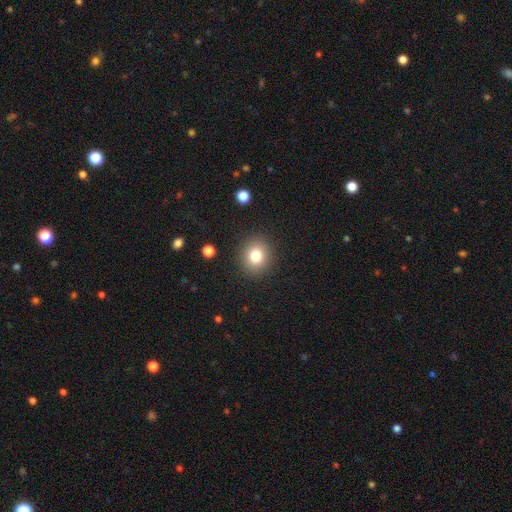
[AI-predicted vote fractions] smooth-or-featured: smooth: 80% | star or artifact: 12% | featured or disk: 9%
  how-rounded: round: 79% | in between: 20% | cigar-shaped: 1%
  merging: none: 89% | minor disturbance: 7% | major disturbance: 3% | merger: 1%